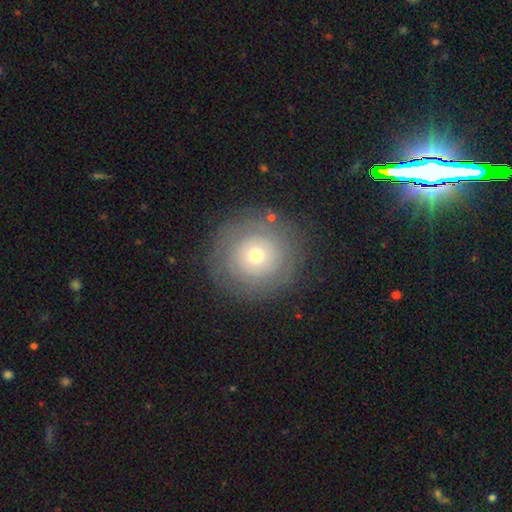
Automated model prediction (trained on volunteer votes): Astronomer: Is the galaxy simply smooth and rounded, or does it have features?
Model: smooth — 52% (runner-up: featured or disk, 37%).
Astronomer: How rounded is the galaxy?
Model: round — 93%.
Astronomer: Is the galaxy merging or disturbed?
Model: none — 83%.